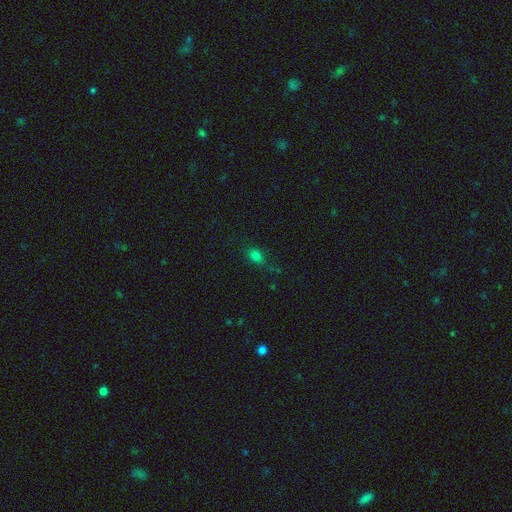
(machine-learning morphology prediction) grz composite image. It shows a smooth galaxy with no disk features (75%) that is in between round and cigar-shaped (69%). Merging: none (73%).